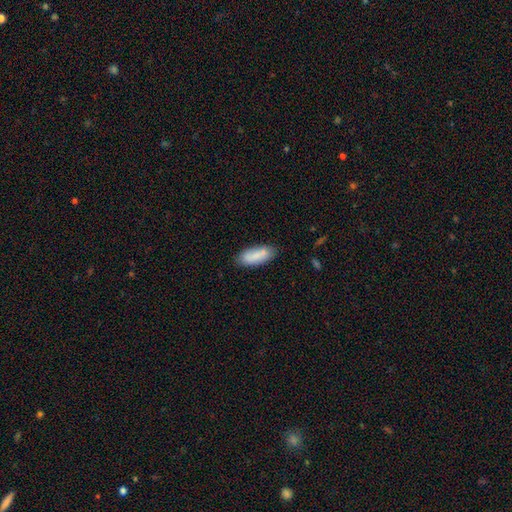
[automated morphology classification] A smooth galaxy with no disk features (80%) that is in between round and cigar-shaped (76%). Merging: none (75%).